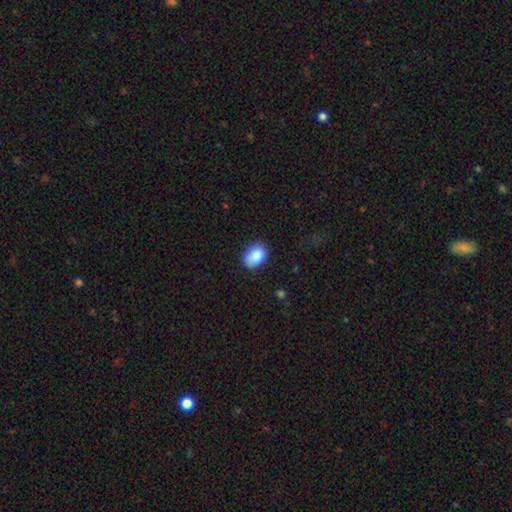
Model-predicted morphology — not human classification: This is clearly a smooth galaxy (87%). How rounded: likely in between (80%). Merging: likely none (74%).